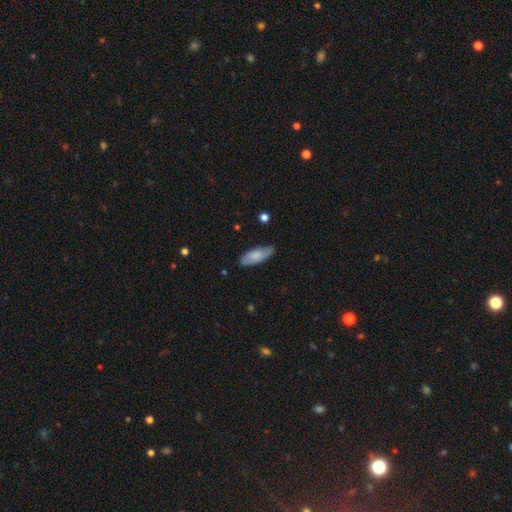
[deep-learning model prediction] The model was most divided on "merging": none: 73%, minor disturbance: 22%, major disturbance: 3%, merger: 1%. More confident: how rounded — in between (78%); smooth or featured — smooth (74%).